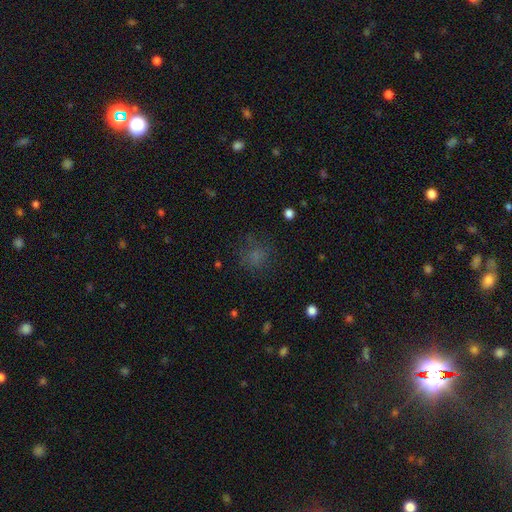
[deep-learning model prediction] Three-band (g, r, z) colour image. It shows a smooth galaxy with no disk features (68%) that is round (82%). Merging: none (72%).